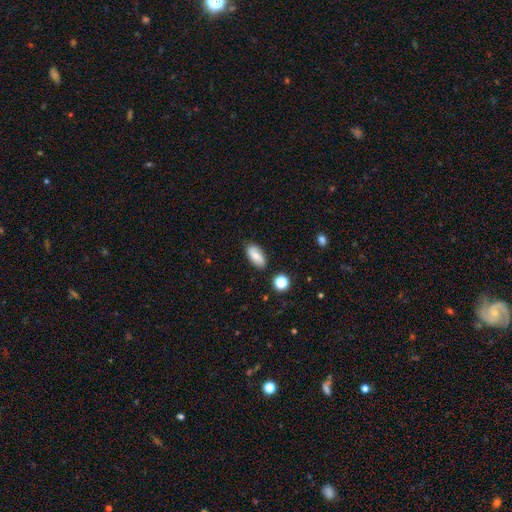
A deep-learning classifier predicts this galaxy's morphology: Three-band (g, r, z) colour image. It shows a smooth galaxy with no disk features (73%) that is in between round and cigar-shaped (89%). Merging: none (82%).